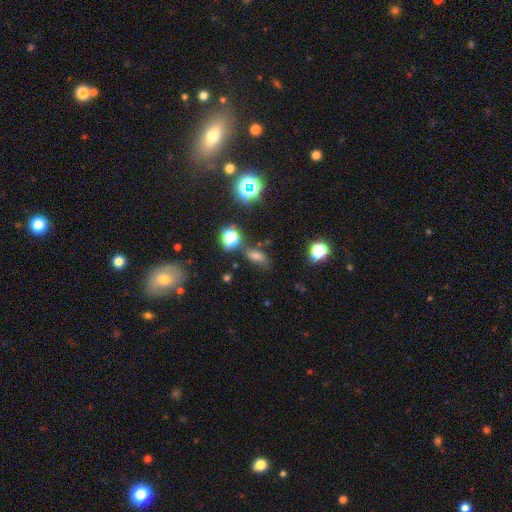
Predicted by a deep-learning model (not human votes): Smooth or featured: smooth — 63% (star or artifact — 25%)
How rounded: in between — 74% (cigar-shaped — 13%)
Merging: none — 64% (minor disturbance — 20%)